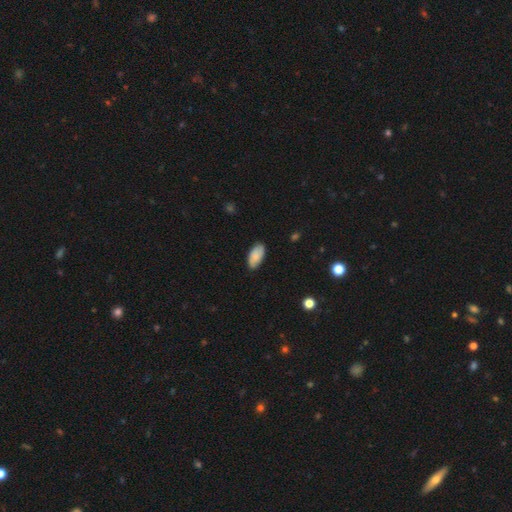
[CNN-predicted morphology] This appears to be a smooth galaxy with no disk features (83%) that is in between round and cigar-shaped (94%). Merging: none (83%).